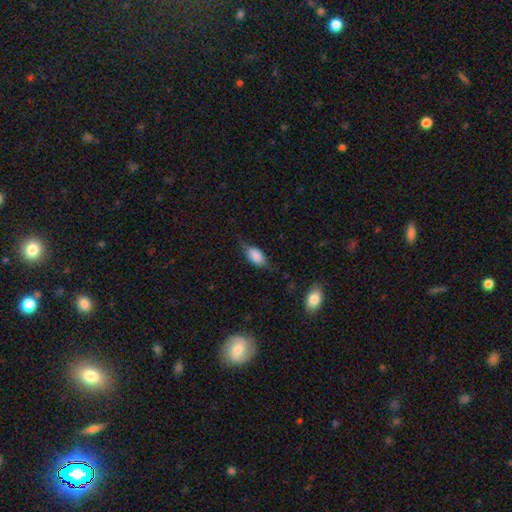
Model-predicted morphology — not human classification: smooth-or-featured: smooth: 71% | featured or disk: 20% | star or artifact: 8%
  how-rounded: in between: 85% | cigar-shaped: 9% | round: 6%
  merging: none: 53% | minor disturbance: 33% | major disturbance: 12% | merger: 2%